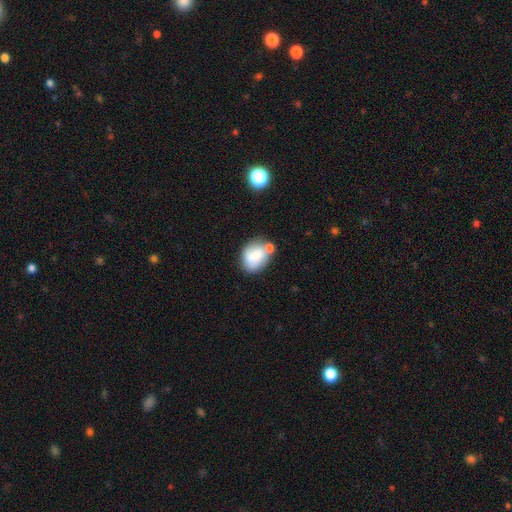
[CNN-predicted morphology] smooth 75%, featured or disk 17%, star or artifact 8%. Down the decision tree: how rounded — in between (58%); merging — none (49%).